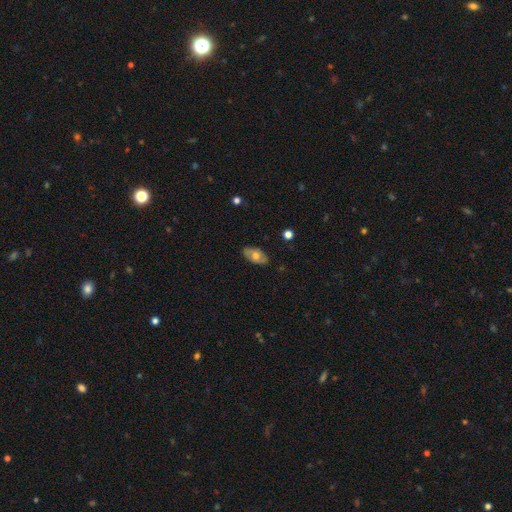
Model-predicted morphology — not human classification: smooth_or_featured: smooth (p=0.55) [alt: featured or disk p=0.38]
how_rounded: in between (p=0.91) [alt: round p=0.06]
merging: none (p=0.84) [alt: minor disturbance p=0.13]